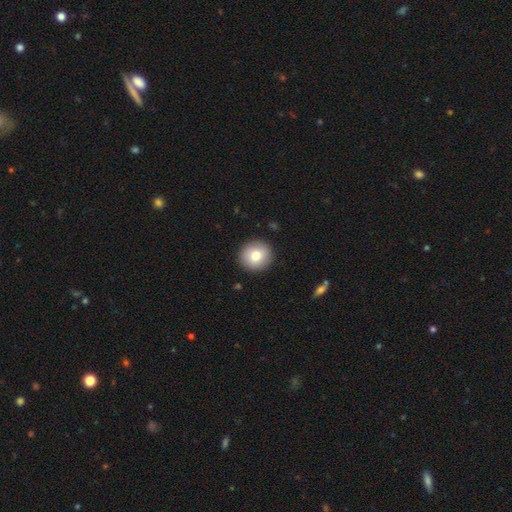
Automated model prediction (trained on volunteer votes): Smooth or featured: smooth — 79% (featured or disk — 12%)
How rounded: round — 91% (in between — 8%)
Merging: none — 91% (minor disturbance — 6%)